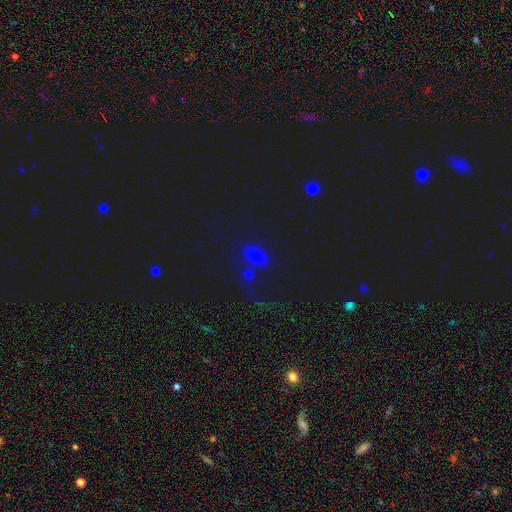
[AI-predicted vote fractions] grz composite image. It shows a smooth galaxy with no disk features (69%) that is in between round and cigar-shaped (78%). Merging: none (73%).